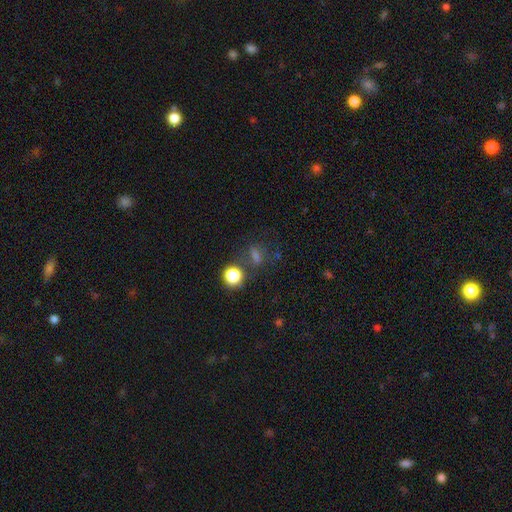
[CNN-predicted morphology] Smooth or featured: smooth — 46% (star or artifact — 40%)
Merging: none — 65% (minor disturbance — 14%)